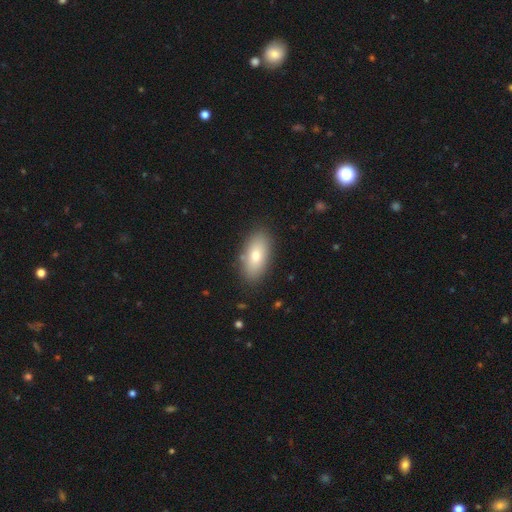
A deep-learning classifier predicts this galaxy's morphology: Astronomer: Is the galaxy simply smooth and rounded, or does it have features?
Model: smooth — 75%.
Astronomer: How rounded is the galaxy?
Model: in between — 89%.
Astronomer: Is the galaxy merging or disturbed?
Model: none — 87%.